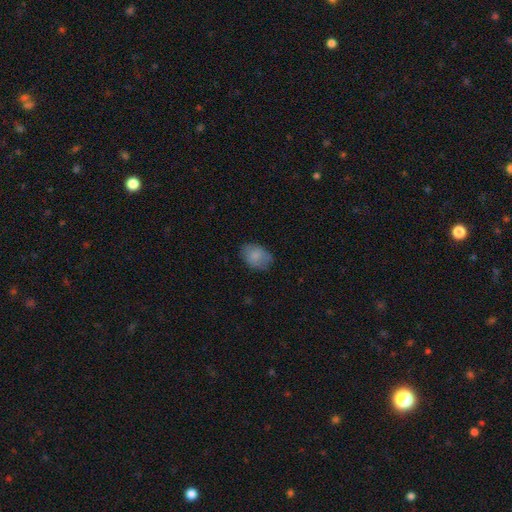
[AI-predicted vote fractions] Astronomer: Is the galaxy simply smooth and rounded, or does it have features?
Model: smooth — 82%.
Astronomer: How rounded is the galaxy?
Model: in between — 76%.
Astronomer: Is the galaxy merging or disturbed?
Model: none — 73%.